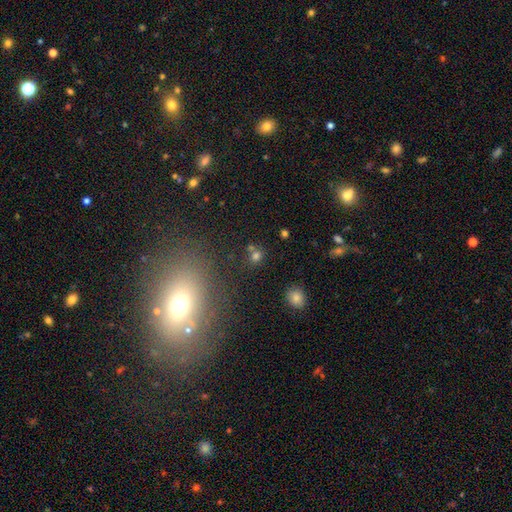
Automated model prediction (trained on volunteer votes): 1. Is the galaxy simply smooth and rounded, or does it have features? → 72% smooth, 20% star or artifact, 8% featured or disk.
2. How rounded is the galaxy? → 76% round, 22% in between, 1% cigar-shaped.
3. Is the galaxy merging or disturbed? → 62% none, 24% merger, 10% minor disturbance, 4% major disturbance.